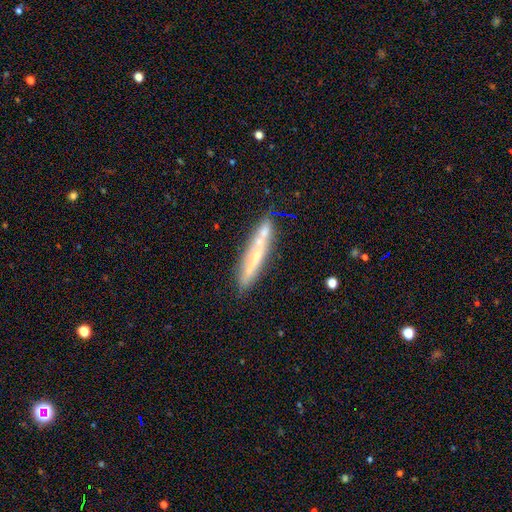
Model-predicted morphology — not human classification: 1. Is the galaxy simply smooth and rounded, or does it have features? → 53% featured or disk, 39% smooth, 8% star or artifact.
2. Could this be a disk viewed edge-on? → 82% yes, 18% no.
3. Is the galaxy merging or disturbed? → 72% none, 15% minor disturbance, 9% merger, 4% major disturbance.